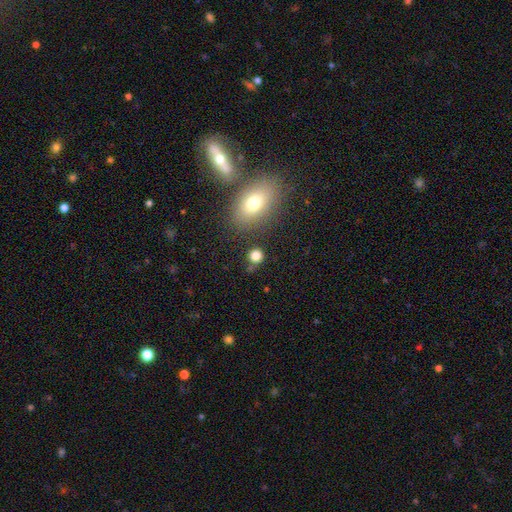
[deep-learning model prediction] smooth-or-featured: smooth: 82% | star or artifact: 13% | featured or disk: 5%
  how-rounded: round: 84% | in between: 15% | cigar-shaped: 1%
  merging: none: 81% | minor disturbance: 9% | merger: 7% | major disturbance: 3%